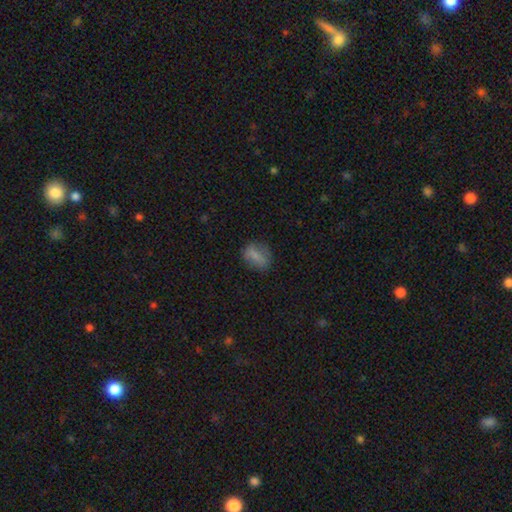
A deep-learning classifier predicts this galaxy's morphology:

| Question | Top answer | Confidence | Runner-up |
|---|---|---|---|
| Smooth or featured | smooth | 73% | featured or disk (17%) |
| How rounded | in between | 65% | round (30%) |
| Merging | none | 75% | minor disturbance (18%) |